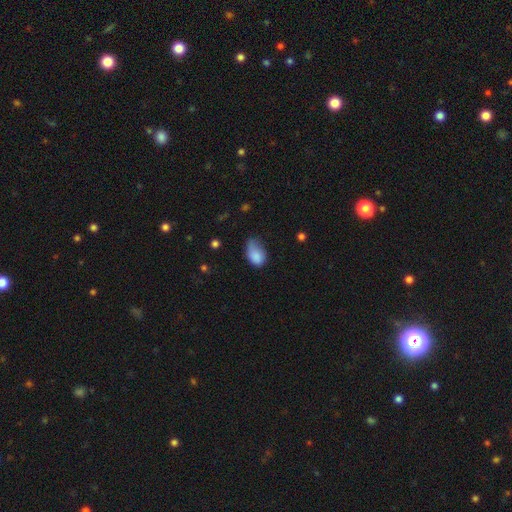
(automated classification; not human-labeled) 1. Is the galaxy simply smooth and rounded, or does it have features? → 83% smooth, 9% featured or disk, 8% star or artifact.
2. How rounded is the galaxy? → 87% in between, 11% round, 1% cigar-shaped.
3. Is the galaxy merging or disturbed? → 47% minor disturbance, 30% none, 21% major disturbance, 3% merger.